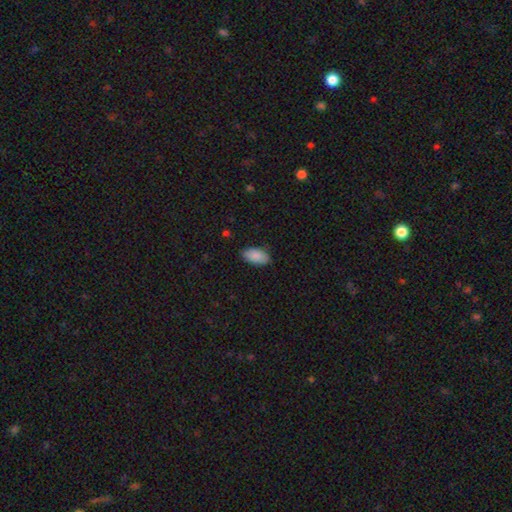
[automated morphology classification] Smooth or featured: smooth — 88% (star or artifact — 6%)
How rounded: in between — 94% (cigar-shaped — 3%)
Merging: none — 84% (minor disturbance — 13%)